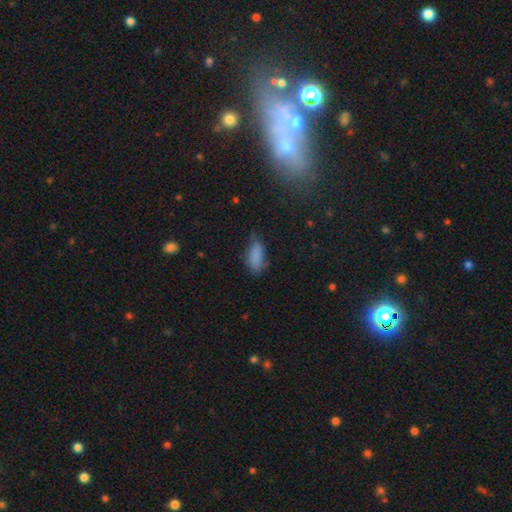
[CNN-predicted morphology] type=smooth (82%); roundness=in between (85%); merging=none (54%).